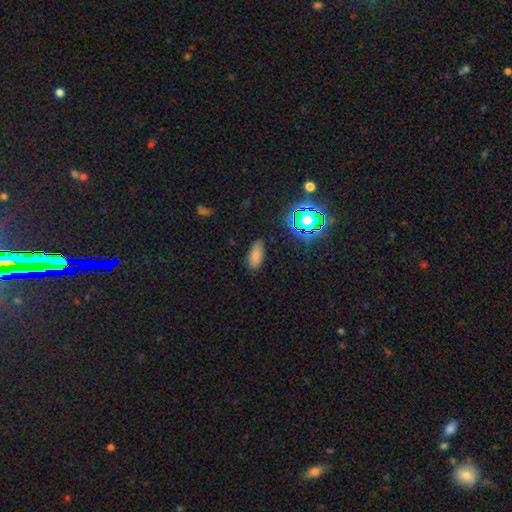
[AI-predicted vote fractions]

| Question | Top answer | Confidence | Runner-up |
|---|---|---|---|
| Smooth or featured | smooth | 77% | star or artifact (16%) |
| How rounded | in between | 88% | cigar-shaped (9%) |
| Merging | none | 80% | minor disturbance (15%) |